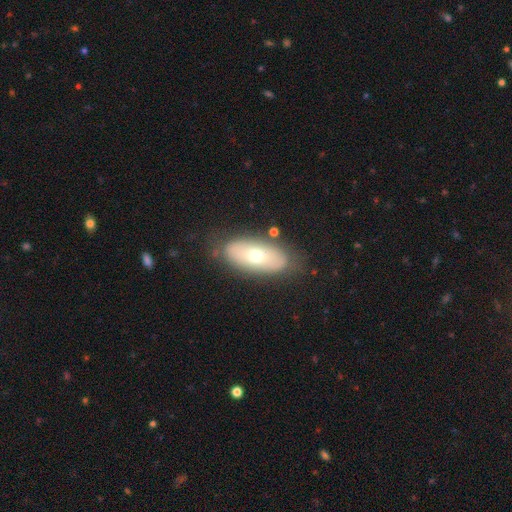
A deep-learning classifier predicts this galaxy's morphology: type=smooth (58%); roundness=in between (86%); merging=none (79%).